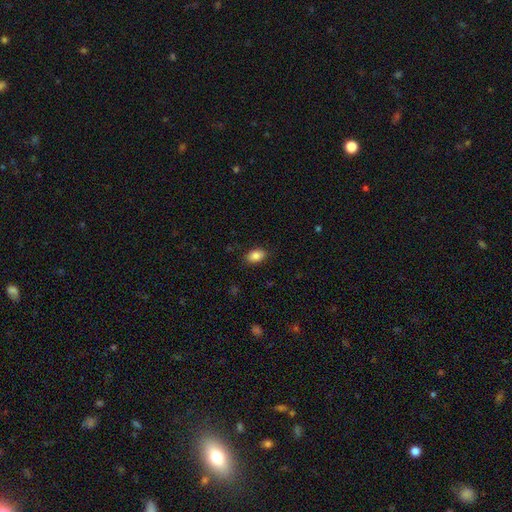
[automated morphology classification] Overall: smooth (85%). How rounded: in between (88%). Merging: none (86%).